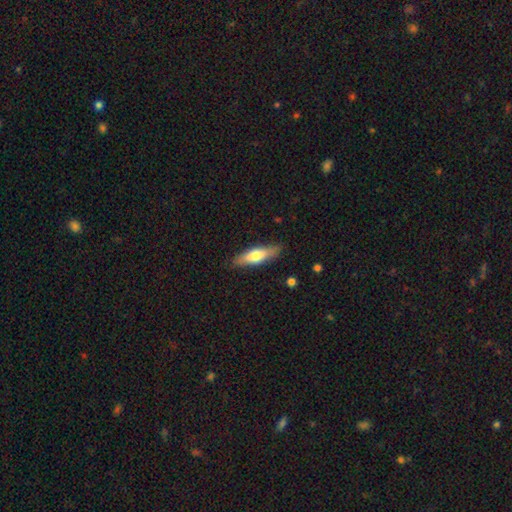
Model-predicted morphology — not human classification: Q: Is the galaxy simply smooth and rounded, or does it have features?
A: smooth — 61%.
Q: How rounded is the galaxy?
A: cigar-shaped — 57%.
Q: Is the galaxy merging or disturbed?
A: none — 85%.